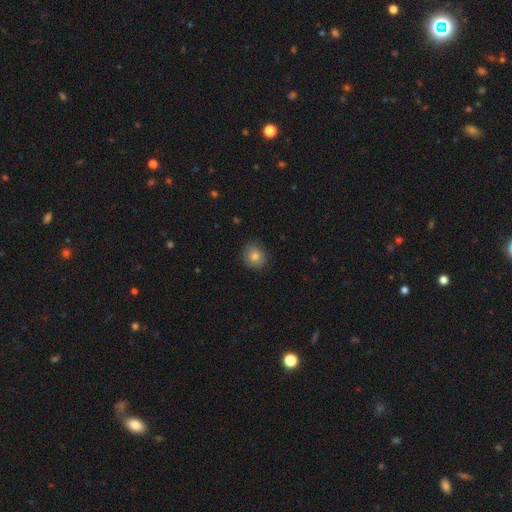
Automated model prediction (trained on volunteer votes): This appears to be a smooth galaxy with no disk features (75%) that is round (82%). Merging: none (84%).